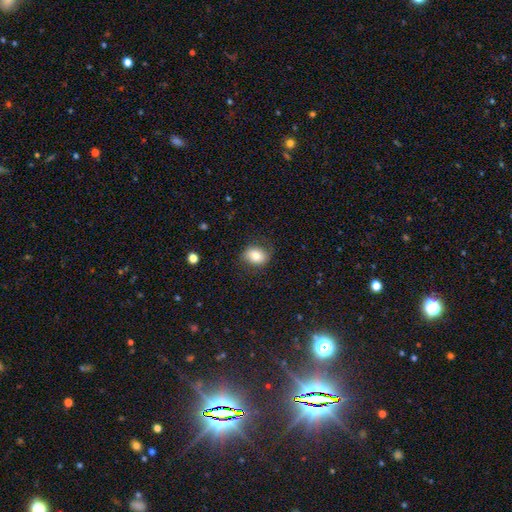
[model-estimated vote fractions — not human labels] This is likely a smooth galaxy (76%). How rounded: likely in between (62%). Merging: likely none (78%).